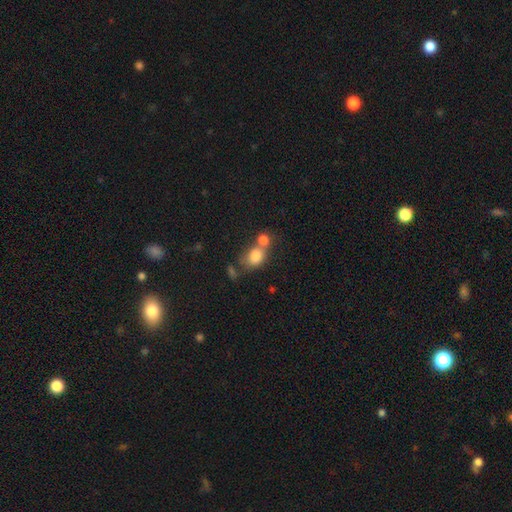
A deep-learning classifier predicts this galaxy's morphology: smooth_or_featured: smooth (p=0.79) [alt: featured or disk p=0.11]
how_rounded: in between (p=0.51) [alt: round p=0.47]
merging: merger (p=0.52) [alt: none p=0.31]